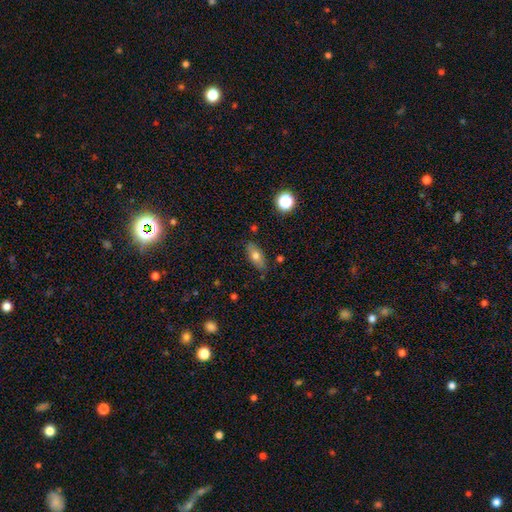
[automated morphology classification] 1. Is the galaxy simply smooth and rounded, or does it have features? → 69% smooth, 23% featured or disk, 8% star or artifact.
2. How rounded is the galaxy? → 81% in between, 13% cigar-shaped, 6% round.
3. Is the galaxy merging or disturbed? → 81% none, 14% minor disturbance, 3% major disturbance, 3% merger.